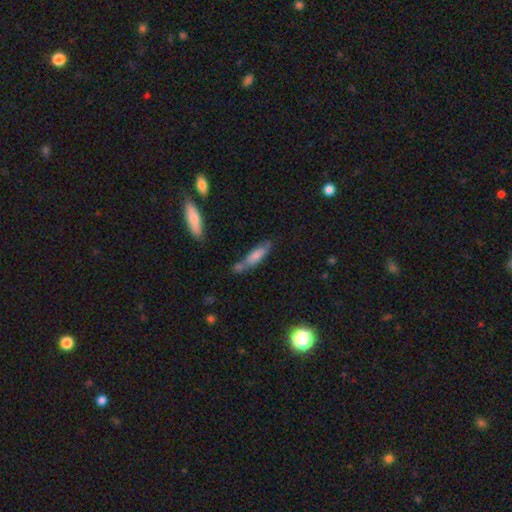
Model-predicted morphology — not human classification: Smooth or featured? Predicted: smooth (p=0.72). How rounded? Predicted: cigar-shaped (p=0.67). Merging? Predicted: none (p=0.49).